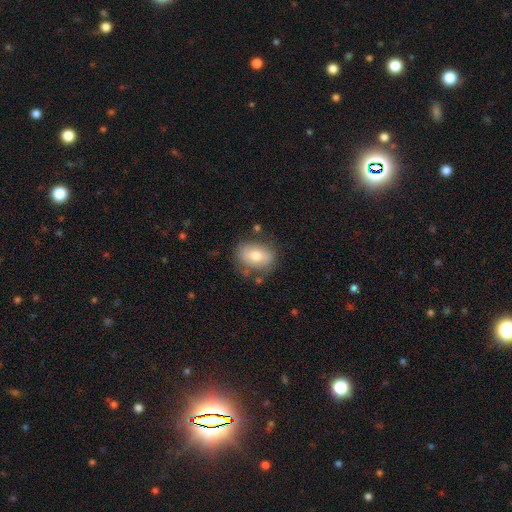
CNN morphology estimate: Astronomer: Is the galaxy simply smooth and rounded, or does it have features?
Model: smooth — 70%.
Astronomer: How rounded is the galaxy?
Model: in between — 72%.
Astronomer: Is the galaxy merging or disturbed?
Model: none — 73%.